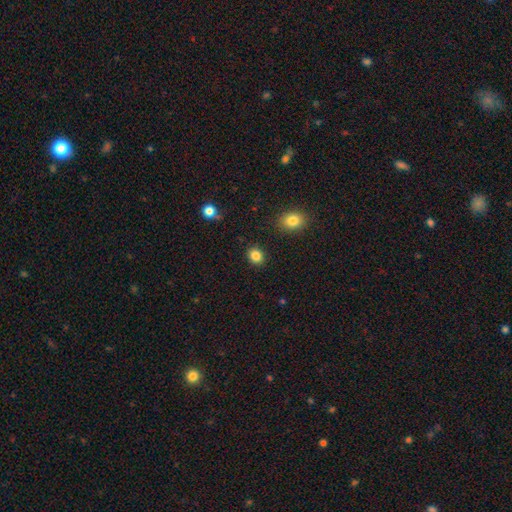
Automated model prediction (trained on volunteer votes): Q: Smooth or featured?
A: smooth (85%); runner-up: star or artifact (10%)
Q: How rounded?
A: round (62%); runner-up: in between (37%)
Q: Merging?
A: none (90%); runner-up: minor disturbance (7%)